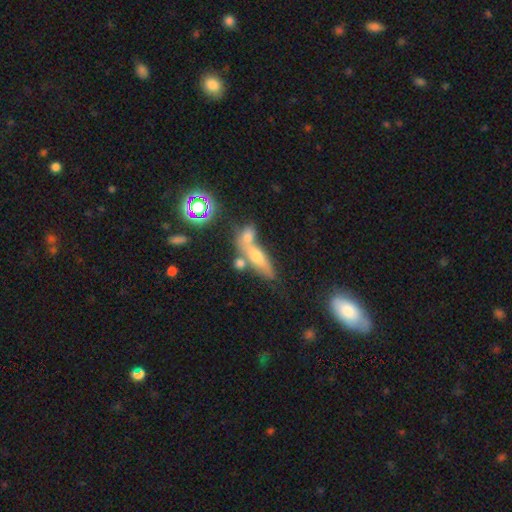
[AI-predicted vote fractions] A smooth galaxy with no disk features (46%).

Vote fractions:
- Smooth or featured? smooth: 46% / featured or disk: 36% / star or artifact: 18%
- Merging? merger: 43% / none: 37% / minor disturbance: 12% / major disturbance: 7%